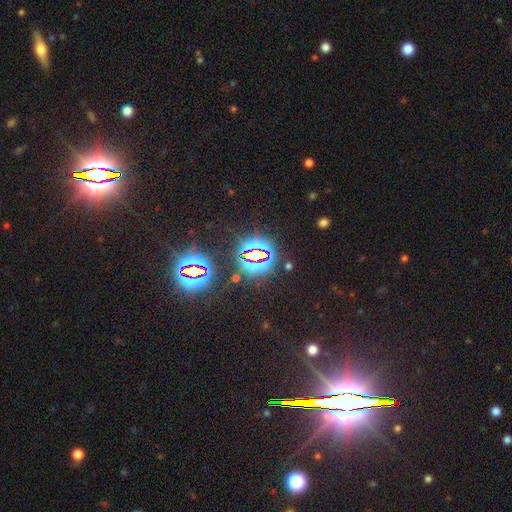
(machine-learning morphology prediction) Smooth or featured?
  - star or artifact: 82% *
  - smooth: 10%
  - featured or disk: 8%